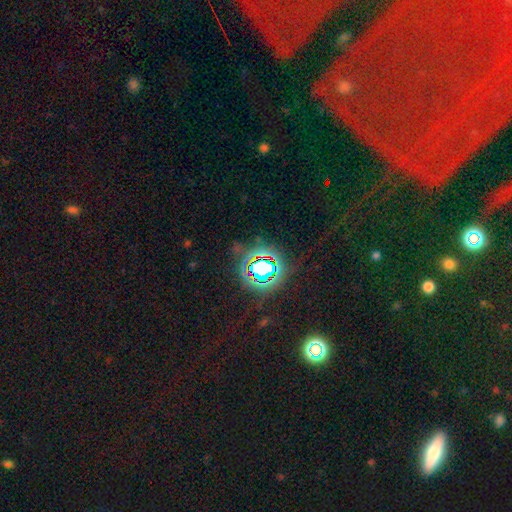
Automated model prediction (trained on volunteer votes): This is likely a star or artifact rather than a galaxy (66%).